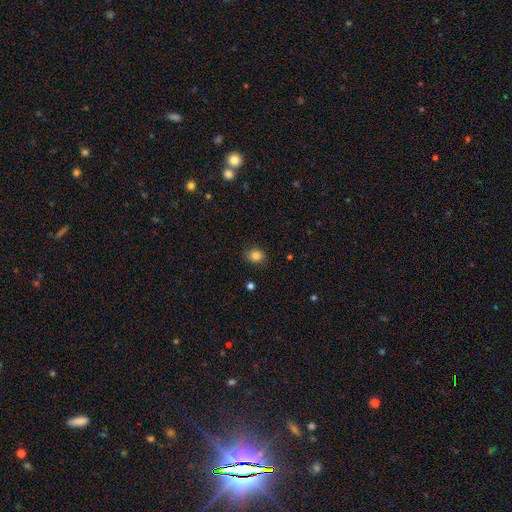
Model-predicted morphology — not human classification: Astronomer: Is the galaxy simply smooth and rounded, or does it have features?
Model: smooth — 84%.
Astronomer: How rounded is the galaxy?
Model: round — 63%.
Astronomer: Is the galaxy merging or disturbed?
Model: none — 82%.